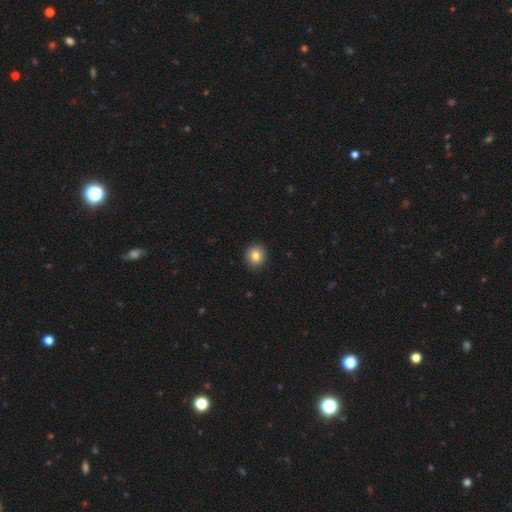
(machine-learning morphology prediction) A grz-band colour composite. It shows a smooth galaxy with no disk features (82%) that is round (83%). Merging: none (92%).